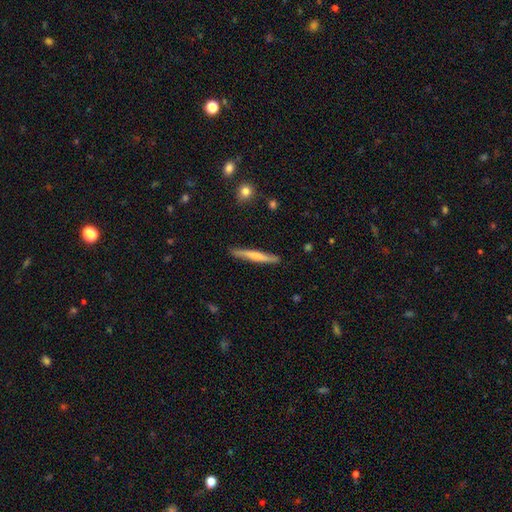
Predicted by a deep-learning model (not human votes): Morphology: type=smooth (59%); roundness=cigar-shaped (95%); merging=none (87%).